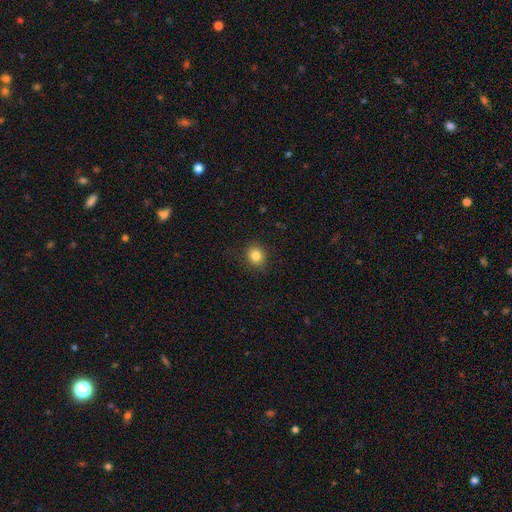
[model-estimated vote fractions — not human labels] Smooth or featured? Predicted: smooth (p=0.83). How rounded? Predicted: round (p=0.83). Merging? Predicted: none (p=0.89).